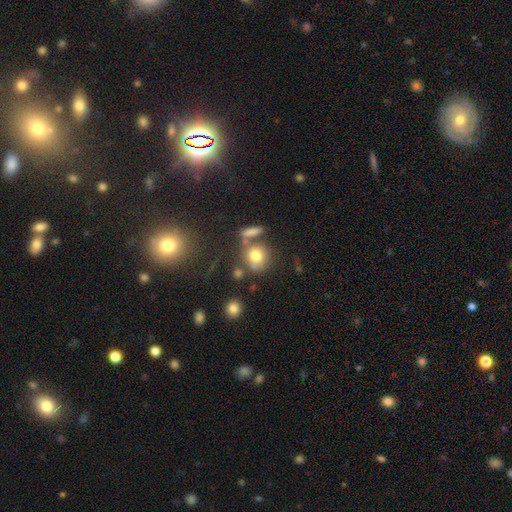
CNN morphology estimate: Smooth or featured: smooth — 74% (star or artifact — 13%)
How rounded: round — 79% (in between — 19%)
Merging: none — 56% (merger — 23%)